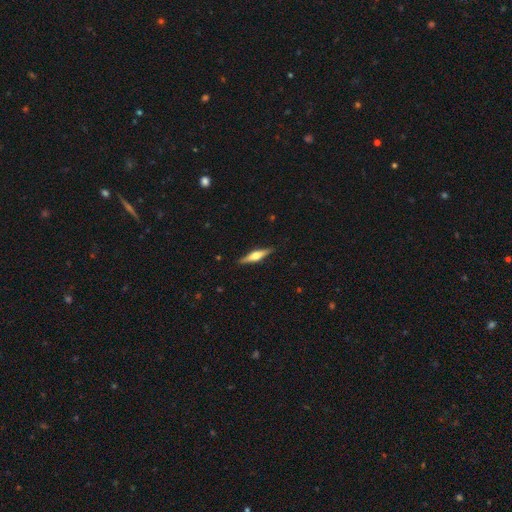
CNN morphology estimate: type=featured or disk (62%); edge-on=yes (97%); edge-on bulge=rounded (92%); merging=none (90%).